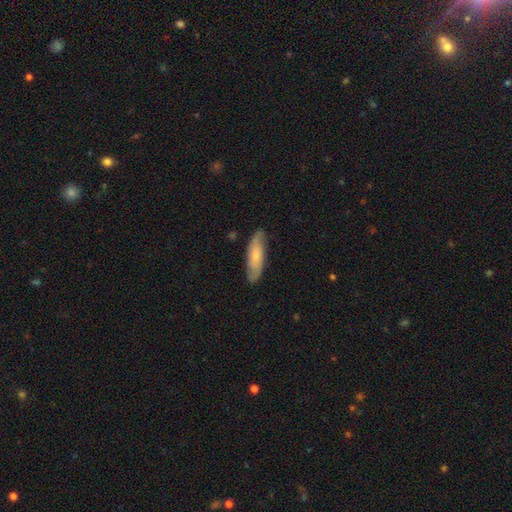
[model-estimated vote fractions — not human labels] Morphology: type=smooth (54%); roundness=cigar-shaped (52%); merging=none (81%).